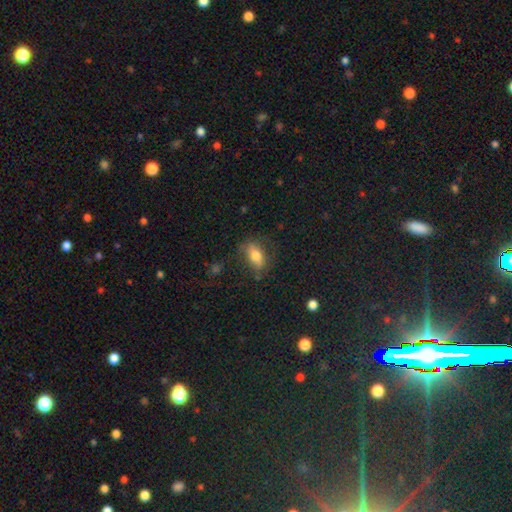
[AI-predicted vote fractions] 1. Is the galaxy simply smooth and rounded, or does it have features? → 69% smooth, 22% featured or disk, 9% star or artifact.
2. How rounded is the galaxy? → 78% in between, 14% cigar-shaped, 7% round.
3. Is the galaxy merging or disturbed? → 71% none, 19% minor disturbance, 8% major disturbance, 2% merger.